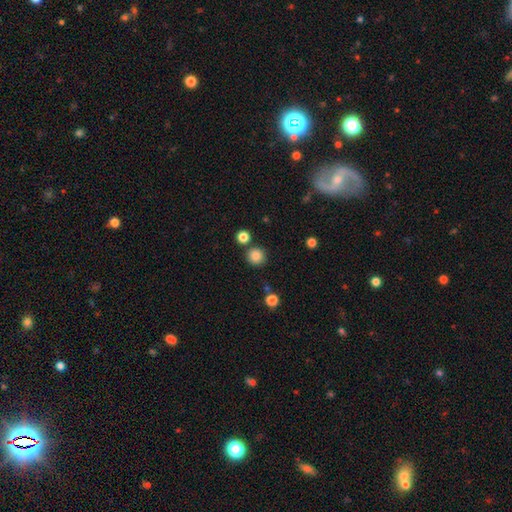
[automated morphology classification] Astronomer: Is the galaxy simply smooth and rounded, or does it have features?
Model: smooth — 84%.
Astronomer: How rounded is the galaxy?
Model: round — 94%.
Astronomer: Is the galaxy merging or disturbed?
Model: none — 84%.